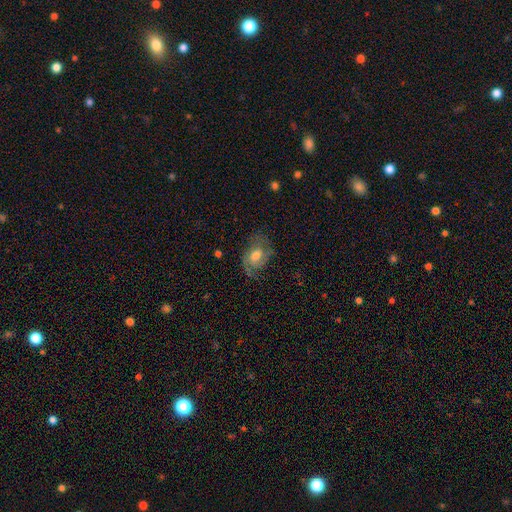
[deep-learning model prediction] Smooth or featured?
  - featured or disk: 65% *
  - smooth: 28%
  - star or artifact: 7%
Edge-on disk?
  - no: 96% *
  - yes: 4%
Bar?
  - no: 60% *
  - weak: 34%
  - strong: 6%
Spiral arms?
  - yes: 85% *
  - no: 15%
Spiral winding?
  - medium: 44% *
  - tight: 34%
  - loose: 22%
Spiral arm count?
  - 2: 53% *
  - 1: 19%
  - can't tell: 19%
  - 3: 6%
  - 4: 2%
  - more than 4: 2%
Bulge size?
  - moderate: 65% *
  - large: 20%
  - small: 12%
  - none: 2%
  - dominant: 2%
Merging?
  - none: 58% *
  - minor disturbance: 24%
  - major disturbance: 17%
  - merger: 2%